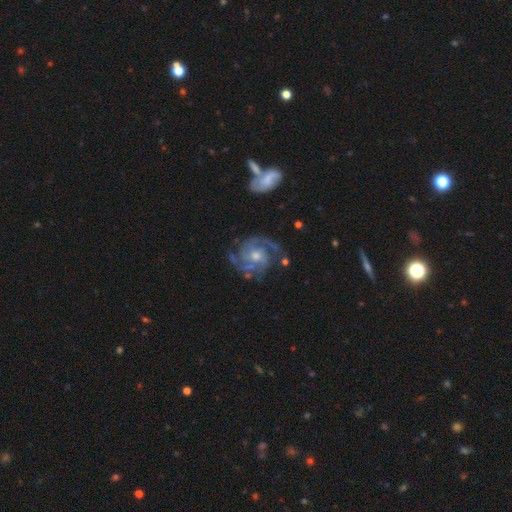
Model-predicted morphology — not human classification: Overall: featured or disk (90%). Edge-on disk: no (98%). Bar: no (63%; weak 30%). Spiral arms: yes (97%). Spiral arm count: 3 (33%; 2 25%). Spiral winding: tight (53%; medium 39%). Bulge size: moderate (52%; small 42%). Merging: none (71%).